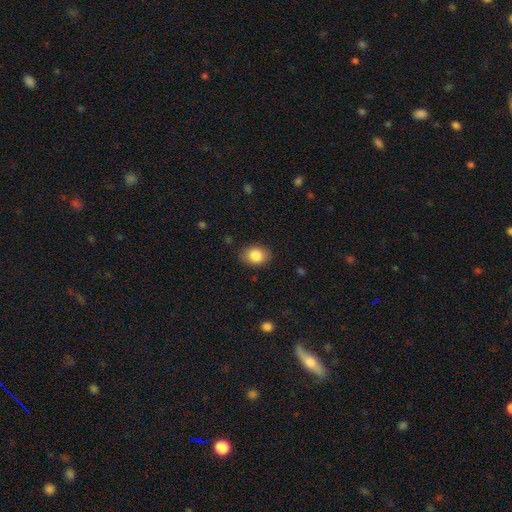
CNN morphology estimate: smooth_or_featured: smooth (p=0.86) [alt: star or artifact p=0.08]
how_rounded: in between (p=0.63) [alt: round p=0.36]
merging: none (p=0.85) [alt: minor disturbance p=0.11]